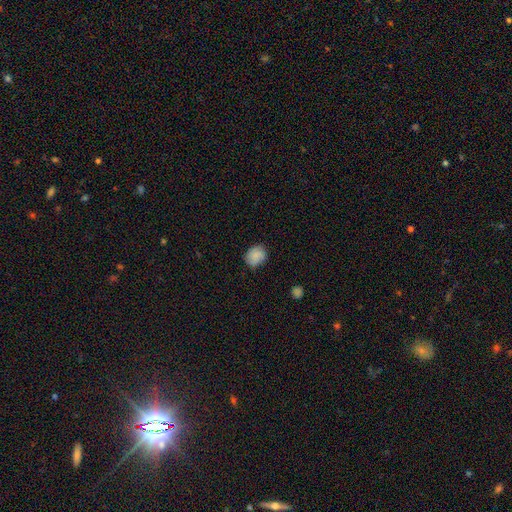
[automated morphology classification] Smooth or featured?
  - smooth: 84% *
  - star or artifact: 8%
  - featured or disk: 8%
How rounded?
  - round: 57% *
  - in between: 42%
  - cigar-shaped: 1%
Merging?
  - none: 74% *
  - minor disturbance: 21%
  - major disturbance: 4%
  - merger: 1%